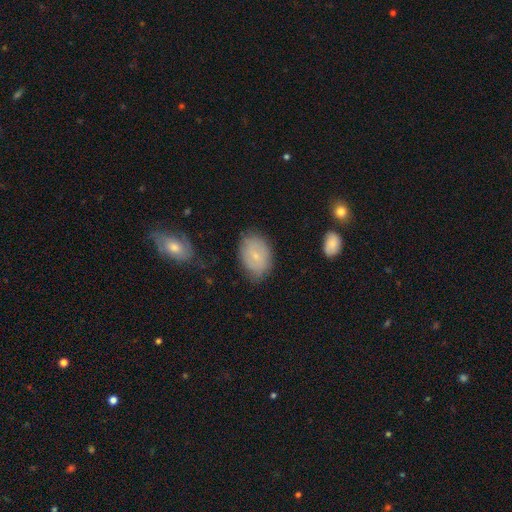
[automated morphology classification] Q: Smooth or featured?
A: smooth (67%); runner-up: featured or disk (26%)
Q: How rounded?
A: in between (82%); runner-up: round (16%)
Q: Merging?
A: none (74%); runner-up: minor disturbance (20%)